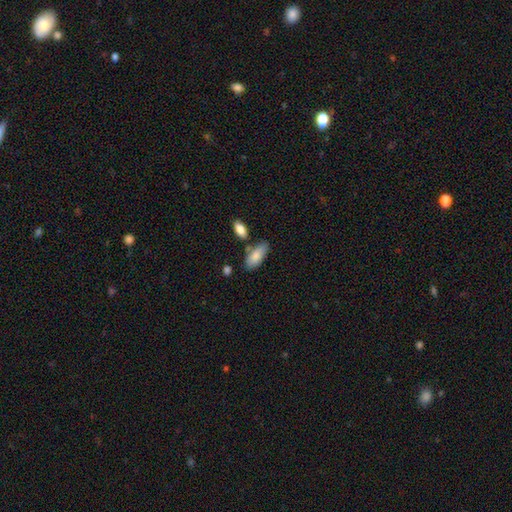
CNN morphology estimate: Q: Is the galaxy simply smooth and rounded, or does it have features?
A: smooth — 83%.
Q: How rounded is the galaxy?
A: in between — 87%.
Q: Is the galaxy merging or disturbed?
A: none — 64%.